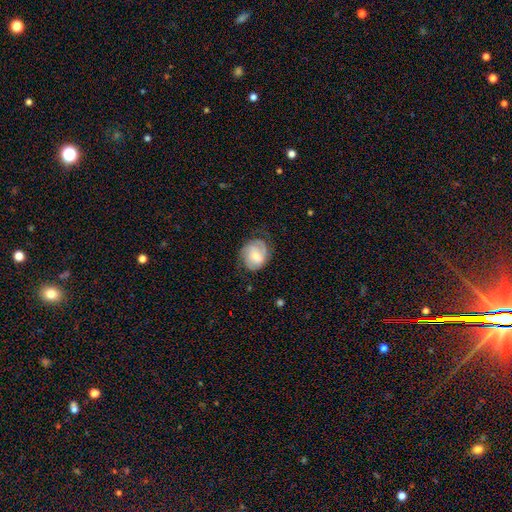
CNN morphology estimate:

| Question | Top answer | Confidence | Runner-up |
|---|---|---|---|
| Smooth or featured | featured or disk | 63% | smooth (31%) |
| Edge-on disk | no | 98% | yes (2%) |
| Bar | no | 47% | weak (43%) |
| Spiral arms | yes | 91% | no (9%) |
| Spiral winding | tight | 50% | medium (37%) |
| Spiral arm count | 2 | 38% | can't tell (26%) |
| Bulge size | small | 48% | moderate (43%) |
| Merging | none | 62% | minor disturbance (24%) |